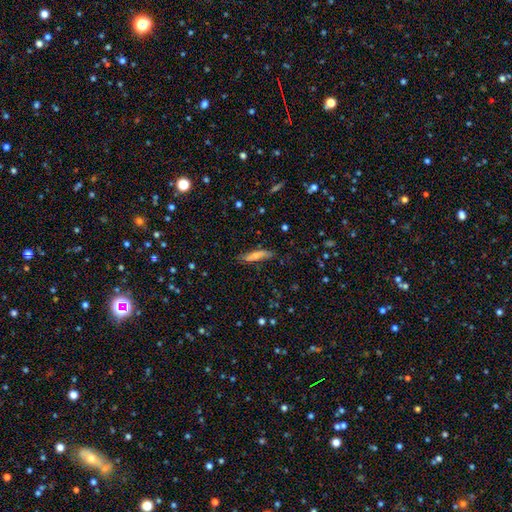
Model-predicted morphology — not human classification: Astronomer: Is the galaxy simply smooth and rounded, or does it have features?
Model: smooth — 64%.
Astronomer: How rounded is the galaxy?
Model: cigar-shaped — 77%.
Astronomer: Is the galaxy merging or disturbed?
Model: none — 77%.